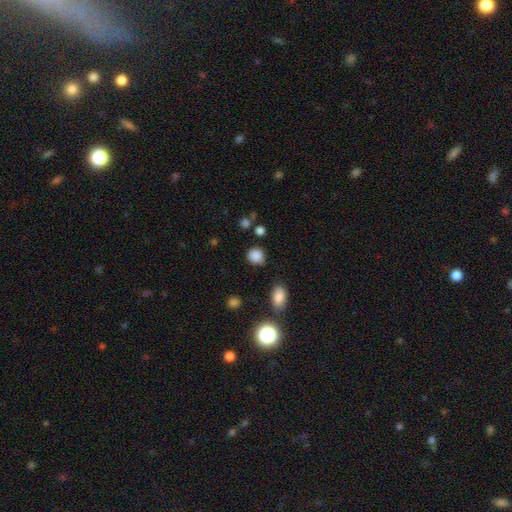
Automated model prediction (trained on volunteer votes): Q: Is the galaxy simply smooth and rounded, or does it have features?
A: smooth — 85%.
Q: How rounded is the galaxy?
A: round — 81%.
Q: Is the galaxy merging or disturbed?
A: none — 77%.